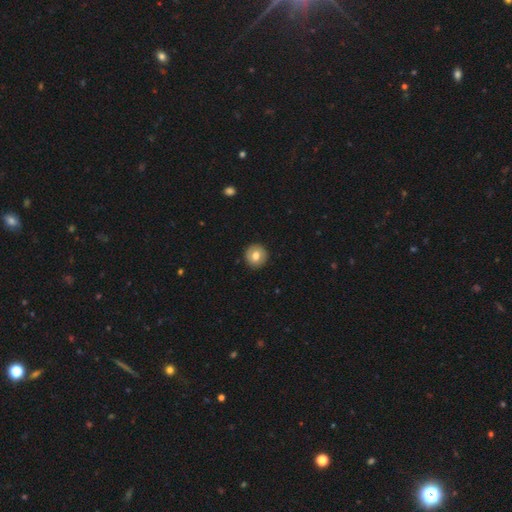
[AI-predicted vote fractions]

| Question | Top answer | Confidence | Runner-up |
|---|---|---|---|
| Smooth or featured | smooth | 75% | featured or disk (17%) |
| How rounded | round | 93% | in between (6%) |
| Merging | none | 92% | minor disturbance (6%) |